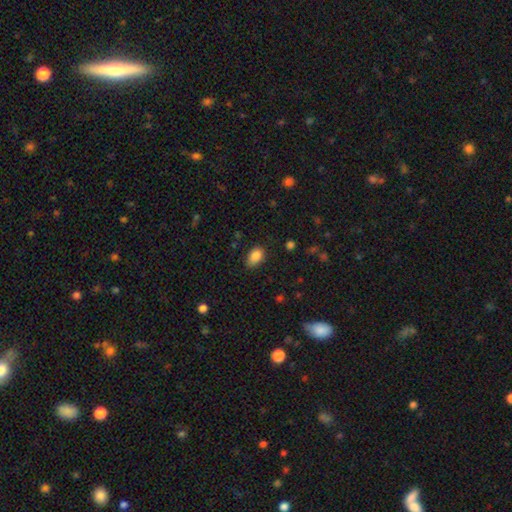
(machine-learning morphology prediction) Smooth or featured? Predicted: smooth (p=0.86). How rounded? Predicted: in between (p=0.85). Merging? Predicted: none (p=0.74).